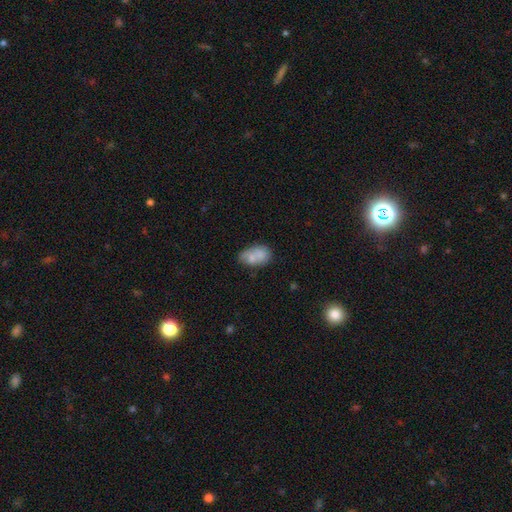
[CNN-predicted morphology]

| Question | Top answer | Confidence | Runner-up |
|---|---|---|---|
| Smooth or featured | smooth | 72% | featured or disk (20%) |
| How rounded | in between | 85% | round (13%) |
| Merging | none | 41% | merger (29%) |